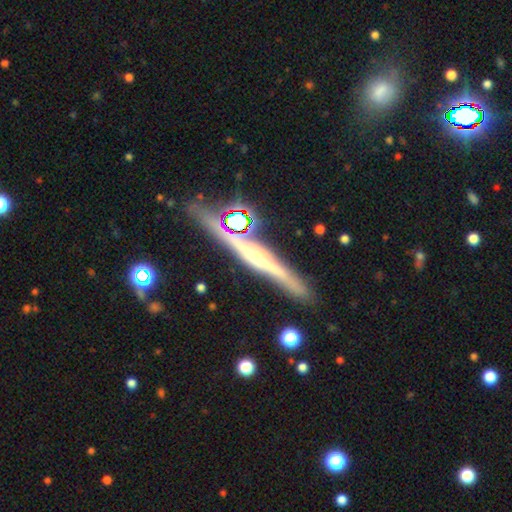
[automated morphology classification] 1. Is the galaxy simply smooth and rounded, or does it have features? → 67% featured or disk, 20% smooth, 13% star or artifact.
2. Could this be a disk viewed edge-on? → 94% yes, 6% no.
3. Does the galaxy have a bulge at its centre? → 62% rounded, 21% none, 16% boxy.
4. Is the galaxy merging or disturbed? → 78% none, 13% minor disturbance, 5% merger, 3% major disturbance.